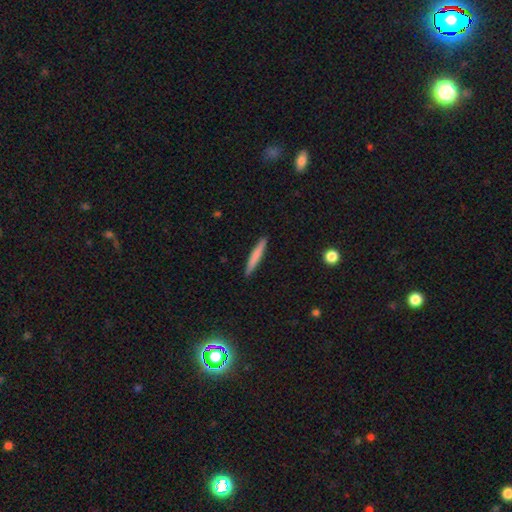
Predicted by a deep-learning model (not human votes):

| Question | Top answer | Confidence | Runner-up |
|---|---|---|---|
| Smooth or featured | smooth | 72% | featured or disk (22%) |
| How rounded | cigar-shaped | 95% | in between (3%) |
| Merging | none | 91% | minor disturbance (7%) |